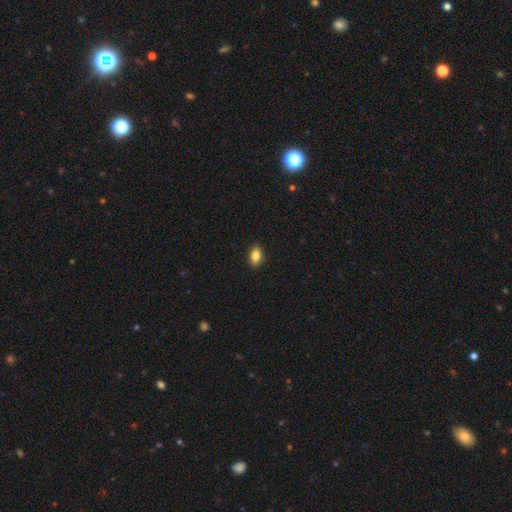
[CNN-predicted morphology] Smooth or featured? Predicted: smooth (p=0.82). How rounded? Predicted: in between (p=0.87). Merging? Predicted: none (p=0.89).